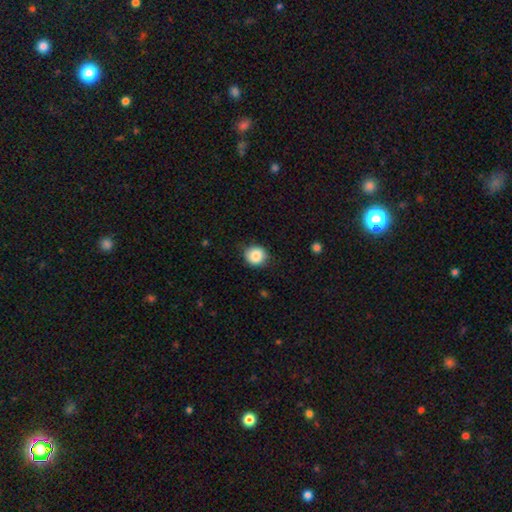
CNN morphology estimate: The model was most divided on "merging": none: 80%, minor disturbance: 16%, major disturbance: 3%, merger: 1%. More confident: smooth or featured — smooth (86%); how rounded — round (84%).